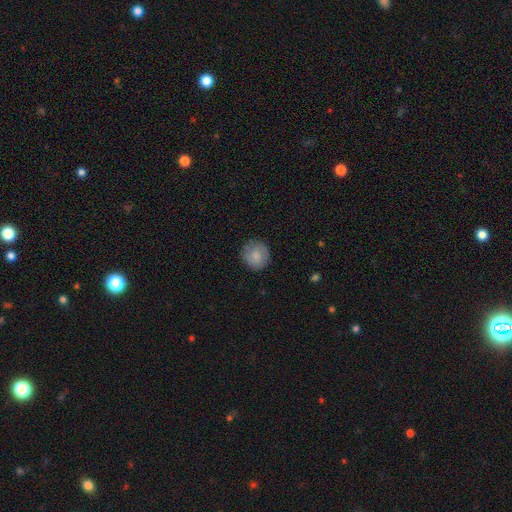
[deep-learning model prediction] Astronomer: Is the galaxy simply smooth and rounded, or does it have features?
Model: smooth — 78%.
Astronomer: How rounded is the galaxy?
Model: round — 87%.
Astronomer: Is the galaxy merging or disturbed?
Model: none — 82%.